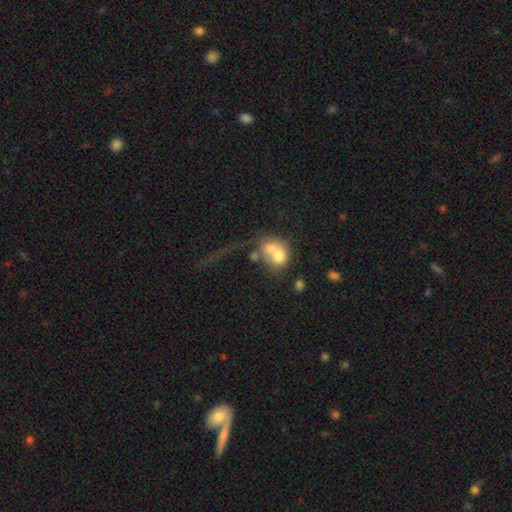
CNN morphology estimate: Q: Smooth or featured?
A: smooth (55%); runner-up: featured or disk (32%)
Q: How rounded?
A: round (60%); runner-up: in between (38%)
Q: Merging?
A: merger (65%); runner-up: none (16%)